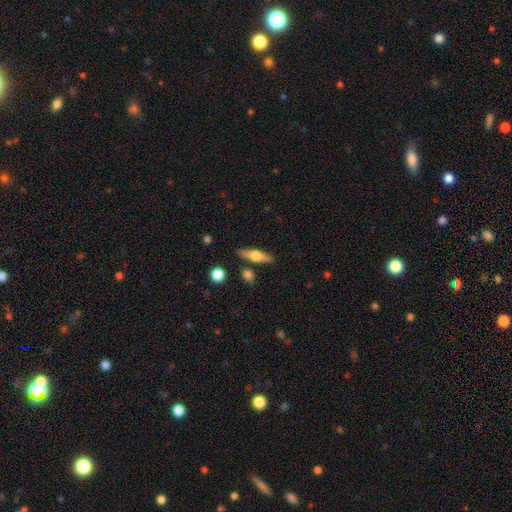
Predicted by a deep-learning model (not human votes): A featured or disk galaxy (49%).

Vote fractions:
- Smooth or featured? featured or disk: 49% / smooth: 44% / star or artifact: 7%
- Merging? none: 82% / minor disturbance: 10% / merger: 5% / major disturbance: 3%